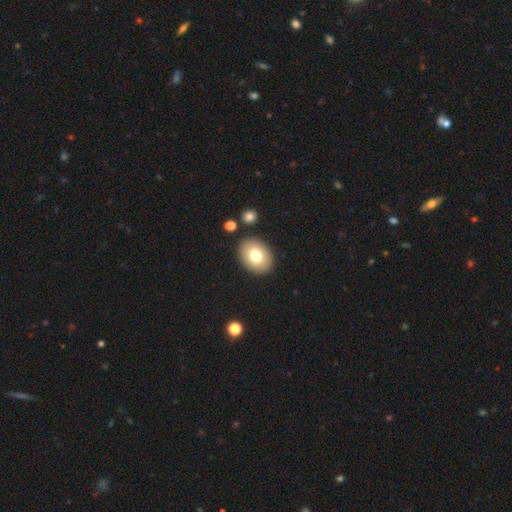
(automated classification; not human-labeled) Smooth or featured: smooth — 77% (featured or disk — 15%)
How rounded: in between — 75% (round — 24%)
Merging: none — 87% (minor disturbance — 7%)